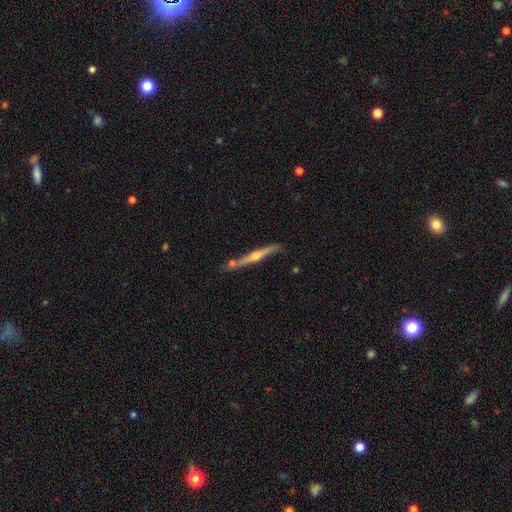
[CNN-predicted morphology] type=featured or disk (75%); edge-on=yes (97%); edge-on bulge=rounded (89%); merging=none (77%).